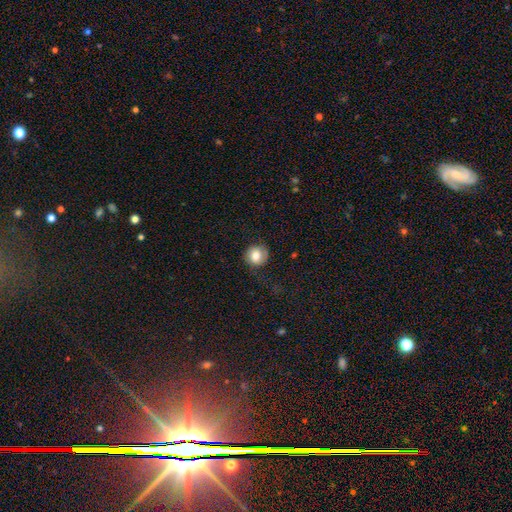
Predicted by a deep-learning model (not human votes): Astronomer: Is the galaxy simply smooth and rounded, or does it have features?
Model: smooth — 75%.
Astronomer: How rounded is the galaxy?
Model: round — 88%.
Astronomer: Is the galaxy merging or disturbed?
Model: none — 76%.